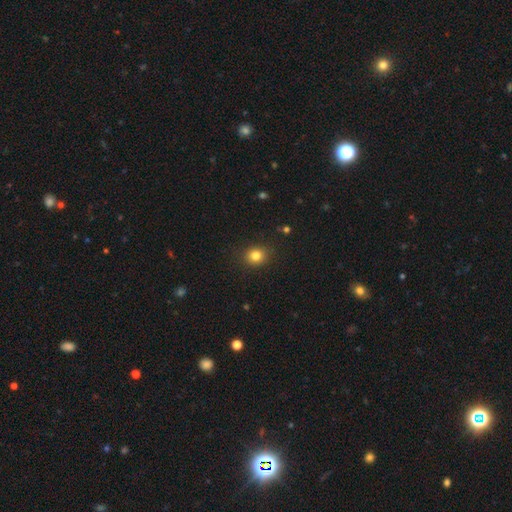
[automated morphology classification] This appears to be a smooth galaxy with no disk features (81%) that is round (78%). Merging: none (89%).